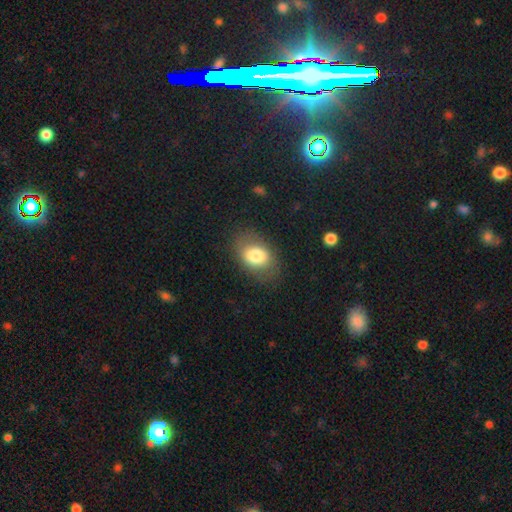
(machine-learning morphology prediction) A smooth galaxy with no disk features (76%) that is in between round and cigar-shaped (78%). Merging: none (76%).